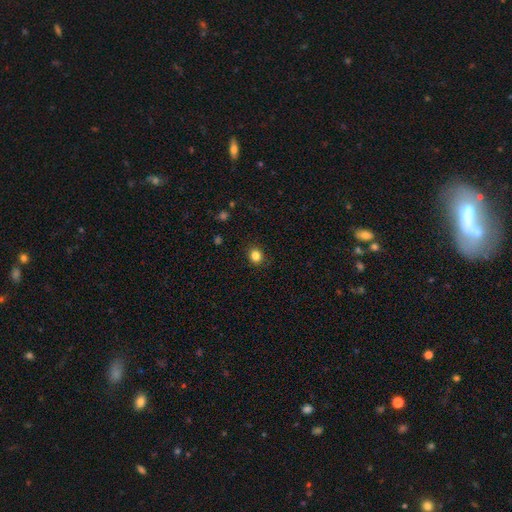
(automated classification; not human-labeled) Overall: smooth (84%). How rounded: round (78%). Merging: none (89%).